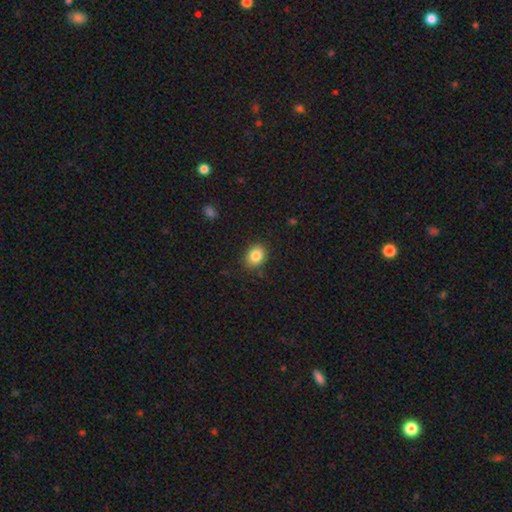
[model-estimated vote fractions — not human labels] Smooth or featured: smooth — 84% (star or artifact — 9%)
How rounded: in between — 56% (round — 43%)
Merging: none — 86% (minor disturbance — 11%)